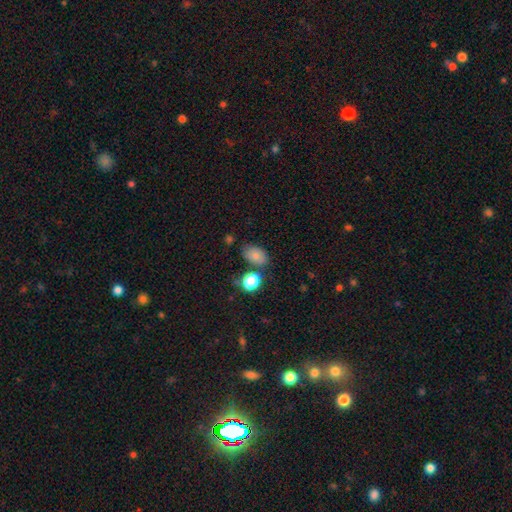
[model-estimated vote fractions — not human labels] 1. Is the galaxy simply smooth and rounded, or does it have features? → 81% smooth, 12% star or artifact, 7% featured or disk.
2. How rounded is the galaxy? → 84% in between, 14% round, 1% cigar-shaped.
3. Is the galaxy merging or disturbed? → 72% none, 16% minor disturbance, 8% merger, 5% major disturbance.